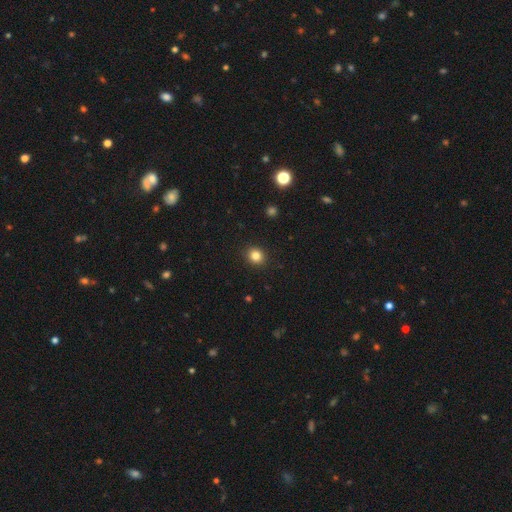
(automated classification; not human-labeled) This appears to be a smooth galaxy with no disk features (82%) that is round (79%). Merging: none (91%).